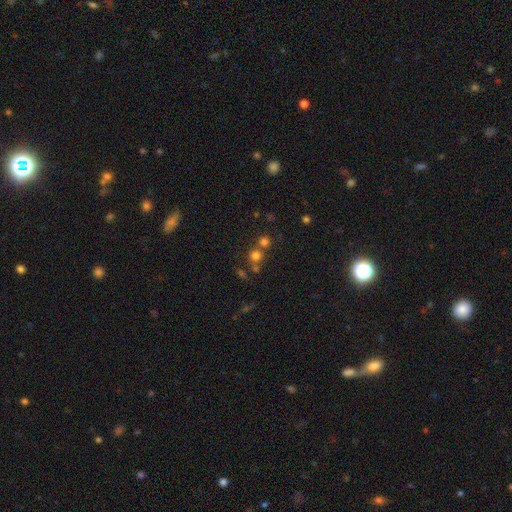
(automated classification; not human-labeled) Q: Smooth or featured?
A: smooth (68%); runner-up: star or artifact (22%)
Q: How rounded?
A: round (90%); runner-up: in between (9%)
Q: Merging?
A: none (59%); runner-up: merger (31%)